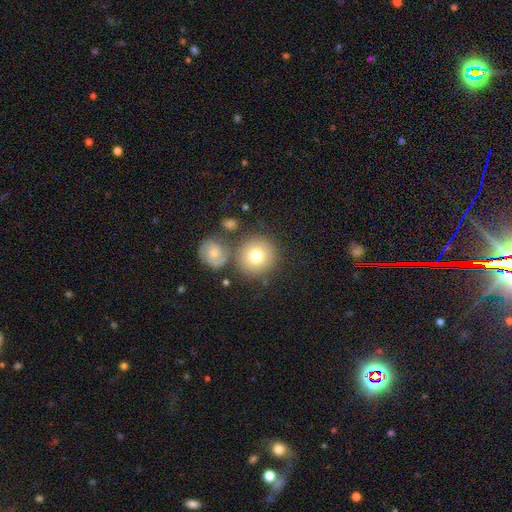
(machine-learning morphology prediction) Overall: smooth (71%). How rounded: round (93%). Merging: none (75%).